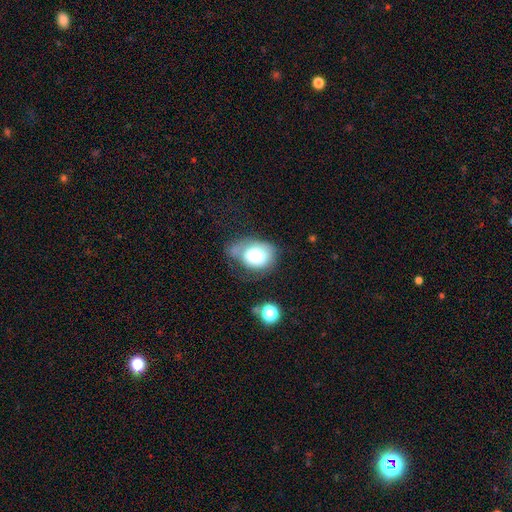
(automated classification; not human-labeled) Q: Smooth or featured?
A: smooth (70%); runner-up: featured or disk (21%)
Q: How rounded?
A: in between (67%); runner-up: round (32%)
Q: Merging?
A: none (34%); tied with: minor disturbance (34%)